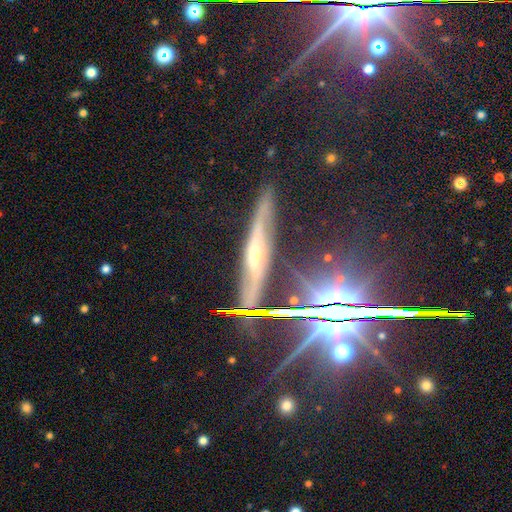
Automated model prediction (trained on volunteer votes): featured or disk 56%, star or artifact 26%, smooth 18%. Down the decision tree: edge-on disk — yes (86%); merging — none (72%).